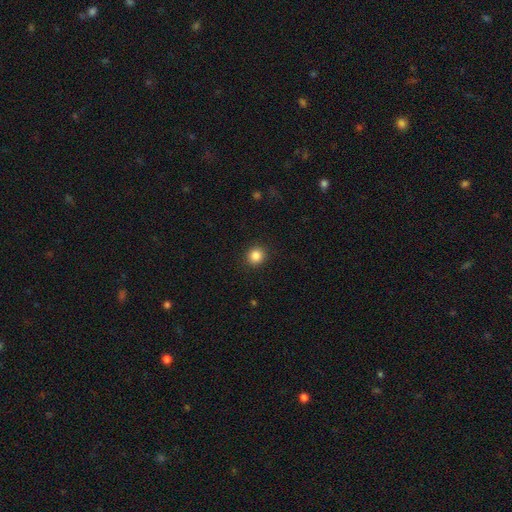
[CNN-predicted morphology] A smooth galaxy with no disk features (86%) that is round (89%). Merging: none (91%).